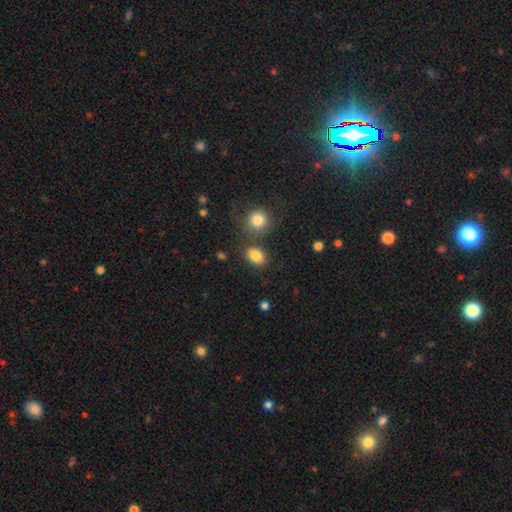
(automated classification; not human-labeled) Morphology: type=smooth (84%); roundness=in between (67%); merging=none (73%).